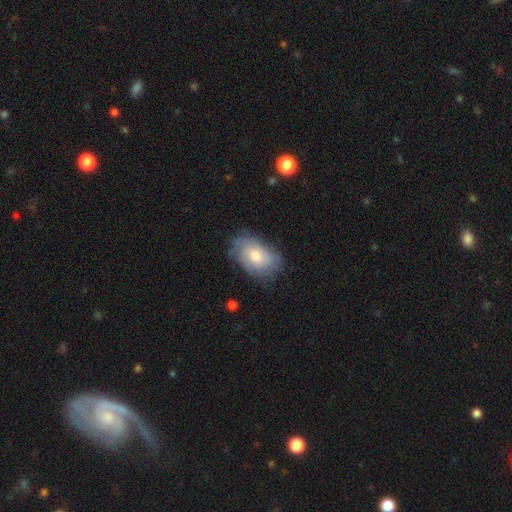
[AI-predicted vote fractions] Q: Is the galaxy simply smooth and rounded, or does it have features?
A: smooth — 56%.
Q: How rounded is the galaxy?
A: in between — 89%.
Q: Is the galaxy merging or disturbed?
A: none — 67%.